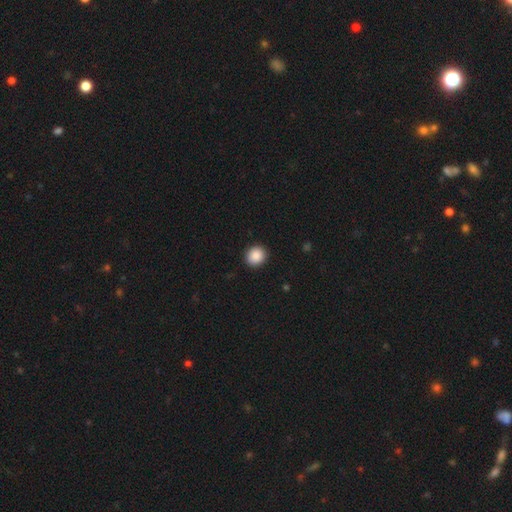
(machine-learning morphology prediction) The model was most divided on "how rounded": round: 81%, in between: 18%, cigar-shaped: 1%. More confident: merging — none (92%); smooth or featured — smooth (89%).